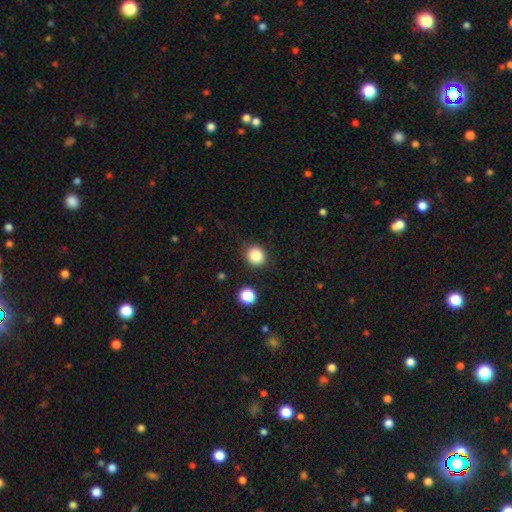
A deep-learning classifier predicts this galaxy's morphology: Q: Smooth or featured?
A: smooth (84%); runner-up: star or artifact (11%)
Q: How rounded?
A: round (84%); runner-up: in between (16%)
Q: Merging?
A: none (88%); runner-up: minor disturbance (7%)